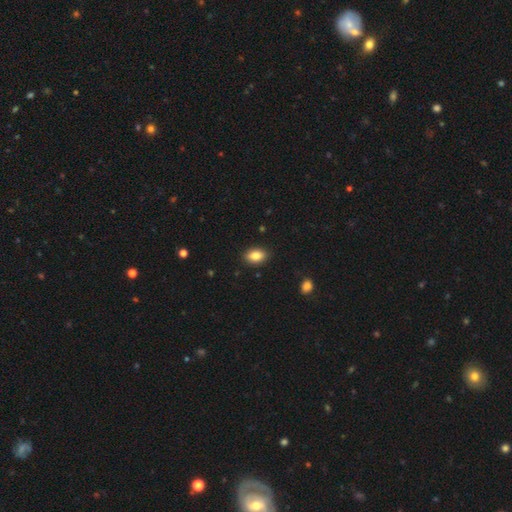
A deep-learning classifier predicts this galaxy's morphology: smooth-or-featured: smooth: 85% | star or artifact: 8% | featured or disk: 7%
  how-rounded: in between: 85% | round: 13% | cigar-shaped: 2%
  merging: none: 88% | minor disturbance: 9% | major disturbance: 2% | merger: 1%